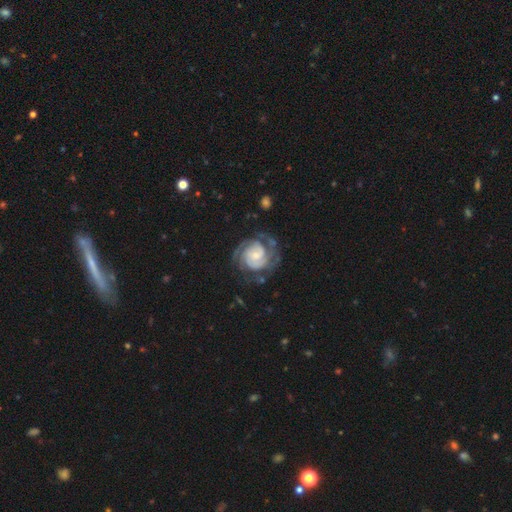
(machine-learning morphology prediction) A featured or disk galaxy (87%) with no bar (62%), 2 (53%) tight (65%) spiral arms (96%) and a small central bulge (60%).

Vote fractions:
- Smooth or featured? featured or disk: 87% / smooth: 9% / star or artifact: 5%
- Edge-on disk? no: 98% / yes: 2%
- Bar? no: 62% / weak: 31% / strong: 7%
- Spiral arms? yes: 96% / no: 4%
- Spiral winding? tight: 65% / medium: 28% / loose: 7%
- Spiral arm count? 2: 53% / can't tell: 18% / 3: 15% / 4: 5% / 1: 5% / more than 4: 4%
- Bulge size? small: 60% / moderate: 30% / large: 5% / none: 4% / dominant: 1%
- Merging? none: 66% / minor disturbance: 18% / major disturbance: 14% / merger: 2%